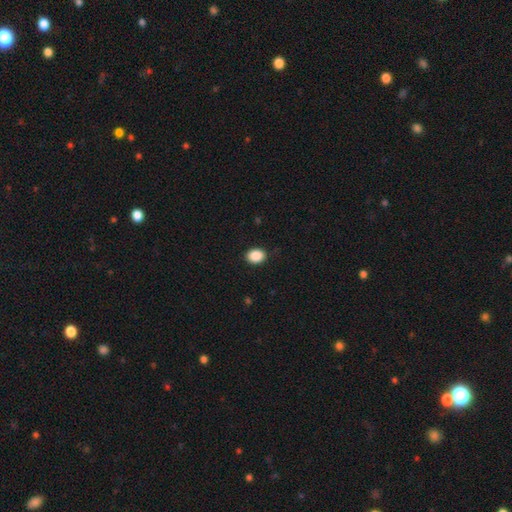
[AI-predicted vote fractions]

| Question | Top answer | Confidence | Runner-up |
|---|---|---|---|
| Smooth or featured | smooth | 89% | star or artifact (8%) |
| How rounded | in between | 60% | round (40%) |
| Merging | none | 89% | minor disturbance (8%) |